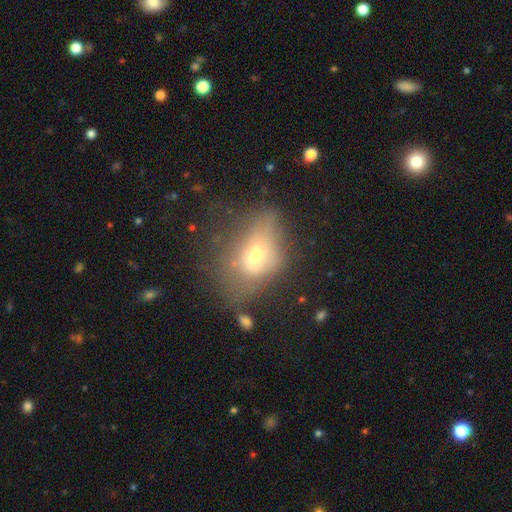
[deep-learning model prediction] Morphology: type=smooth (57%); roundness=in between (73%); merging=major disturbance (37%).